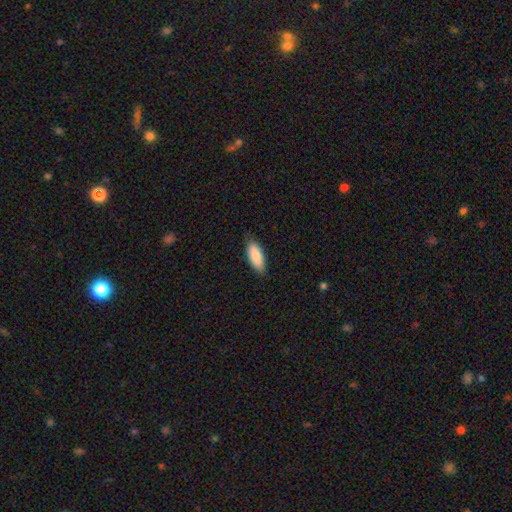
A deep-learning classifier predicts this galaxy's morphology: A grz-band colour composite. It shows a smooth galaxy with no disk features (85%) that is in between round and cigar-shaped (79%). Merging: none (83%).